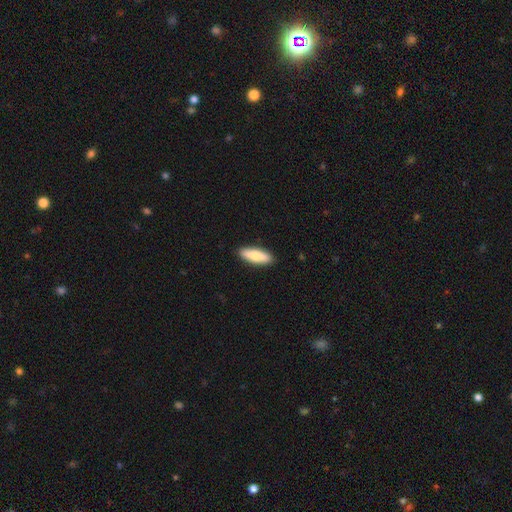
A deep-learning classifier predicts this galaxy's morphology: Smooth or featured: smooth — 75% (featured or disk — 20%)
How rounded: in between — 59% (cigar-shaped — 39%)
Merging: none — 90% (minor disturbance — 7%)